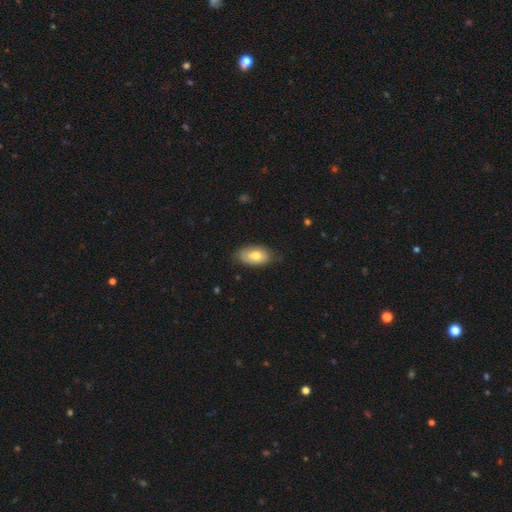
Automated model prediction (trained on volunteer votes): smooth 67%, featured or disk 27%, star or artifact 6%. Down the decision tree: how rounded — in between (92%); merging — none (69%).